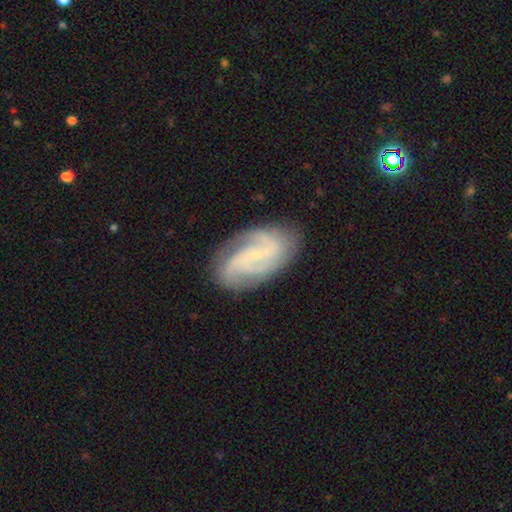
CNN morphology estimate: smooth_or_featured: featured or disk (p=0.86) [alt: smooth p=0.09]
disk_edge_on: no (p=0.97) [alt: yes p=0.03]
bar: weak (p=0.43) [alt: no p=0.42]
has_spiral_arms: yes (p=0.97) [alt: no p=0.03]
spiral_winding: medium (p=0.49) [alt: tight p=0.35]
spiral_arm_count: 2 (p=0.53) [alt: 3 p=0.23]
bulge_size: small (p=0.79) [alt: moderate p=0.11]
merging: none (p=0.80) [alt: minor disturbance p=0.14]